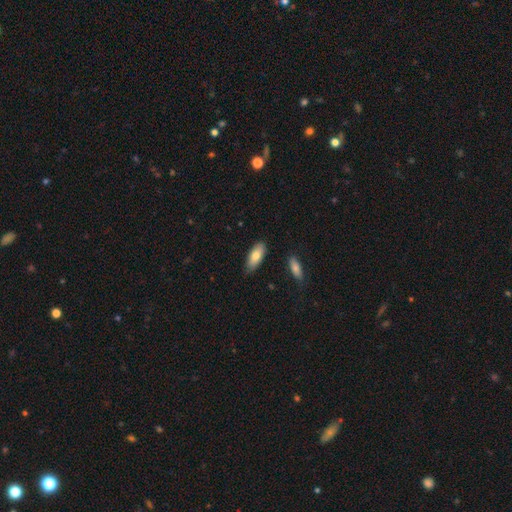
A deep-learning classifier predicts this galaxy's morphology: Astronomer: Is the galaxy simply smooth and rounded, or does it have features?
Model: smooth — 79%.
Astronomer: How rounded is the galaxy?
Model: in between — 84%.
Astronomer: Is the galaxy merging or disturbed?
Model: none — 78%.